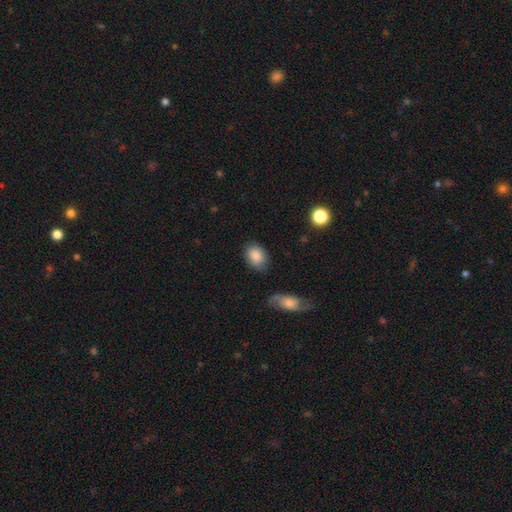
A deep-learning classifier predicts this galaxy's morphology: A smooth galaxy with no disk features (86%) that is in between round and cigar-shaped (80%).

Vote fractions:
- Smooth or featured? smooth: 86% / star or artifact: 7% / featured or disk: 7%
- How rounded? in between: 80% / round: 19% / cigar-shaped: 1%
- Merging? none: 77% / minor disturbance: 16% / major disturbance: 4% / merger: 3%